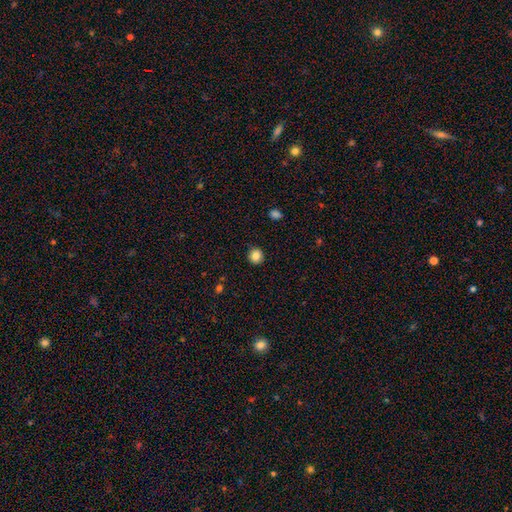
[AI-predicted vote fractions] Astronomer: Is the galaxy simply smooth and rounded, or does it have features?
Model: smooth — 85%.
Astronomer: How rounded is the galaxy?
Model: round — 91%.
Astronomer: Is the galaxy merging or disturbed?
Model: none — 90%.